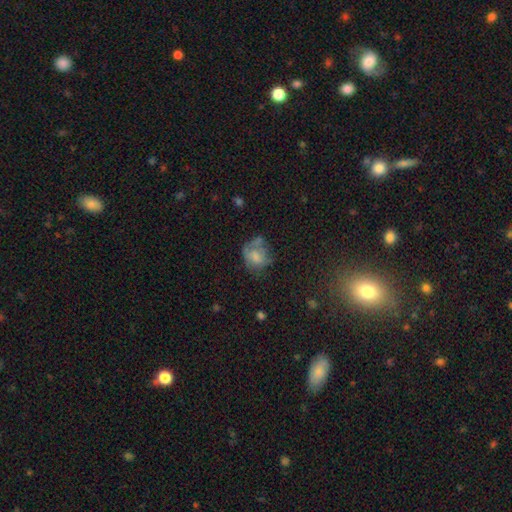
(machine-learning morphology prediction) The model was most divided on "merging": none: 38%, minor disturbance: 28%, major disturbance: 27%, merger: 7%. More confident: how rounded — round (58%); smooth or featured — smooth (54%).